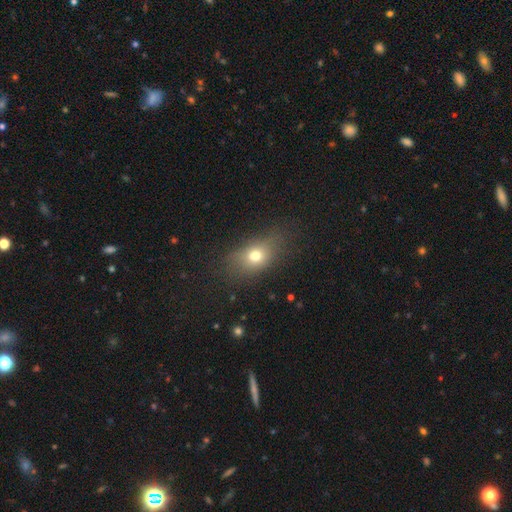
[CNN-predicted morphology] Q: Smooth or featured?
A: smooth (72%); runner-up: star or artifact (14%)
Q: How rounded?
A: in between (67%); runner-up: round (29%)
Q: Merging?
A: none (68%); runner-up: minor disturbance (19%)